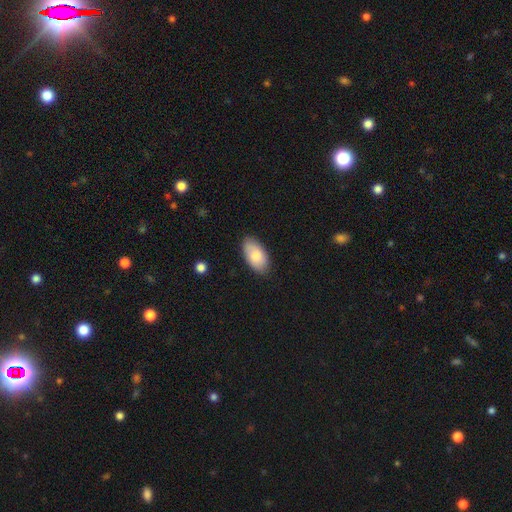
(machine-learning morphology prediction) Q: Smooth or featured?
A: smooth (81%); runner-up: featured or disk (13%)
Q: How rounded?
A: in between (95%); runner-up: round (3%)
Q: Merging?
A: none (83%); runner-up: minor disturbance (13%)